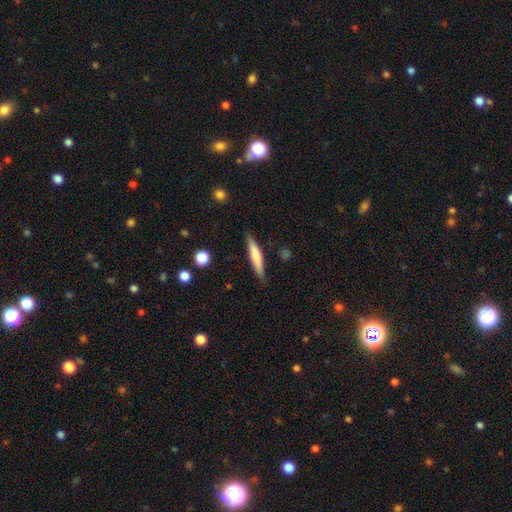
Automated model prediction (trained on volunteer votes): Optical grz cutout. It shows a smooth galaxy with no disk features (62%) that is cigar-shaped (89%). Merging: none (86%).